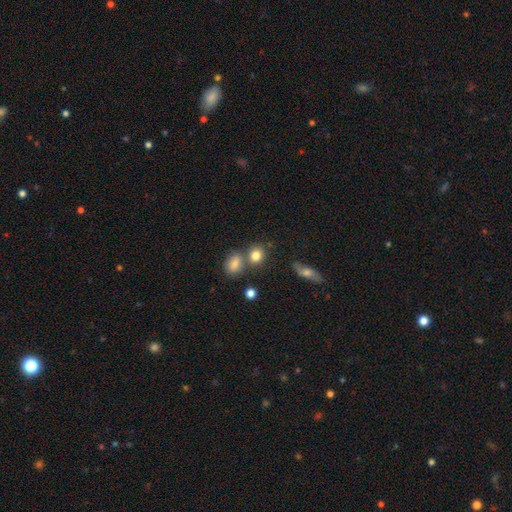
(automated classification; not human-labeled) This is clearly a smooth galaxy (81%). How rounded: likely round (69%). Merging: likely none (62%).